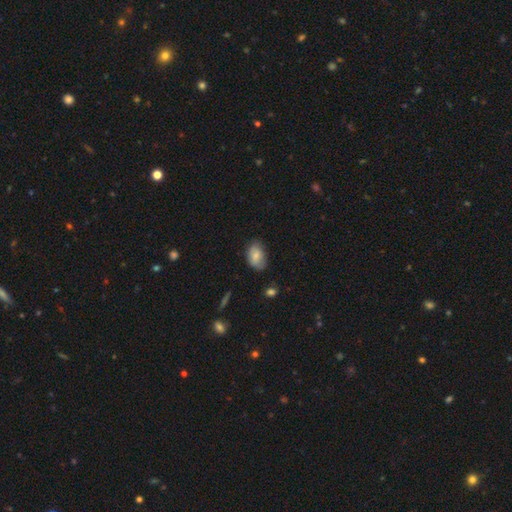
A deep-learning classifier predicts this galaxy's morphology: Smooth or featured: smooth — 79% (featured or disk — 14%)
How rounded: in between — 90% (round — 9%)
Merging: none — 64% (minor disturbance — 29%)